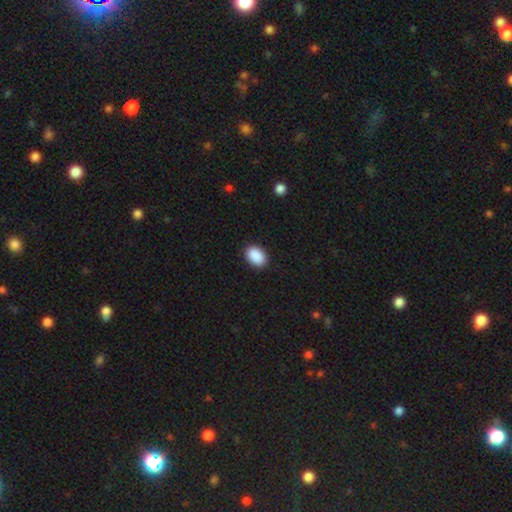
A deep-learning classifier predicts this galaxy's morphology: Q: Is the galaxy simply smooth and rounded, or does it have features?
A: smooth — 91%.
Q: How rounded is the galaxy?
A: in between — 85%.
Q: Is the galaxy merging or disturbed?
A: none — 90%.